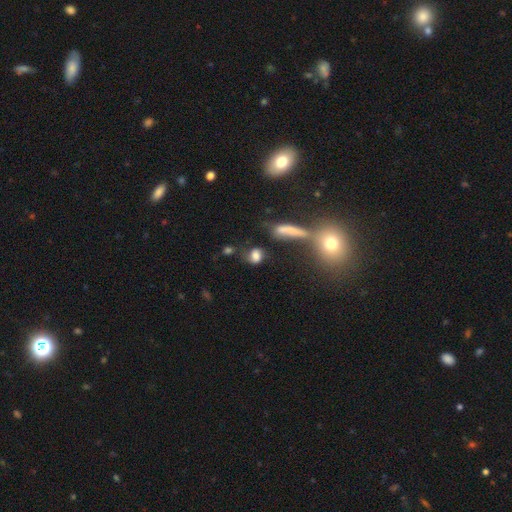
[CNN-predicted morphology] Smooth or featured?
  - smooth: 71% *
  - featured or disk: 16%
  - star or artifact: 13%
How rounded?
  - in between: 54% *
  - round: 38%
  - cigar-shaped: 8%
Merging?
  - none: 49% *
  - minor disturbance: 21%
  - merger: 16%
  - major disturbance: 14%